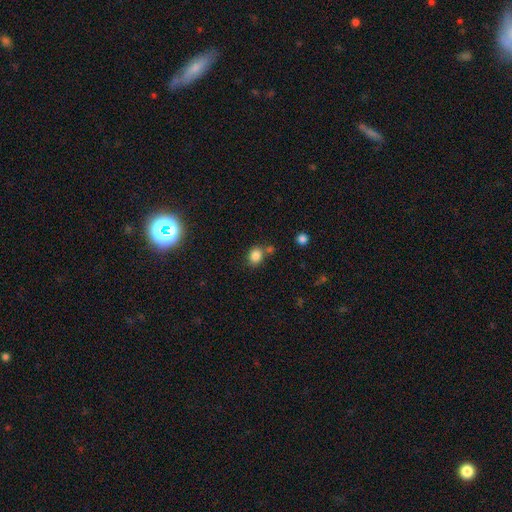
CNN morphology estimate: Smooth or featured?
  - smooth: 84% *
  - star or artifact: 11%
  - featured or disk: 5%
How rounded?
  - round: 58% *
  - in between: 41%
  - cigar-shaped: 1%
Merging?
  - none: 67% *
  - merger: 15%
  - minor disturbance: 13%
  - major disturbance: 4%